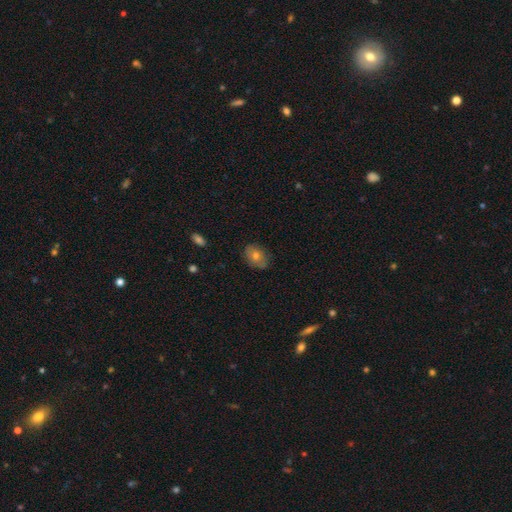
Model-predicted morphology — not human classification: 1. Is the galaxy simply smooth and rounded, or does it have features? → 64% smooth, 26% featured or disk, 10% star or artifact.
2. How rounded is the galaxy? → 63% in between, 36% round, 1% cigar-shaped.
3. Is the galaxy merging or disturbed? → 81% none, 15% minor disturbance, 3% major disturbance, 1% merger.